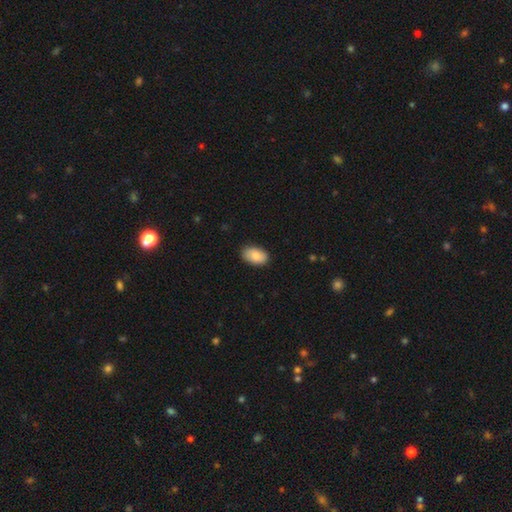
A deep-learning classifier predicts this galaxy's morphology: smooth_or_featured: smooth (p=0.87) [alt: featured or disk p=0.07]
how_rounded: in between (p=0.93) [alt: round p=0.06]
merging: none (p=0.86) [alt: minor disturbance p=0.11]